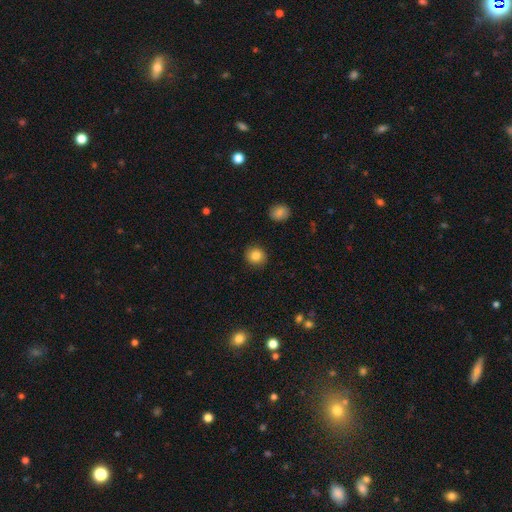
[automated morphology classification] Smooth or featured: smooth — 83% (star or artifact — 10%)
How rounded: round — 87% (in between — 12%)
Merging: none — 89% (minor disturbance — 7%)